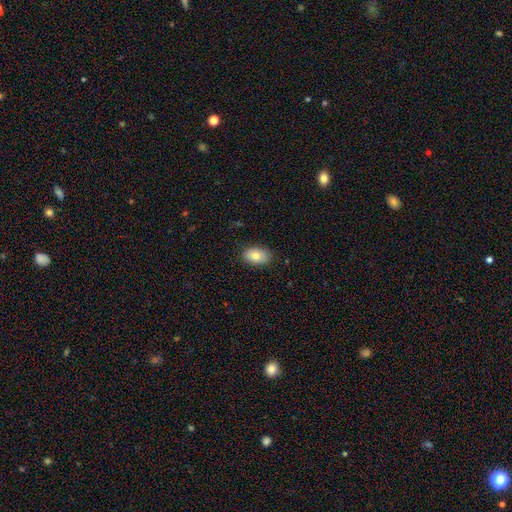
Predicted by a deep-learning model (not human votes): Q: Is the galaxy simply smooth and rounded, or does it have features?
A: smooth — 80%.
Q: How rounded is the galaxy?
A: in between — 90%.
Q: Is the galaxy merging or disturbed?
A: none — 86%.